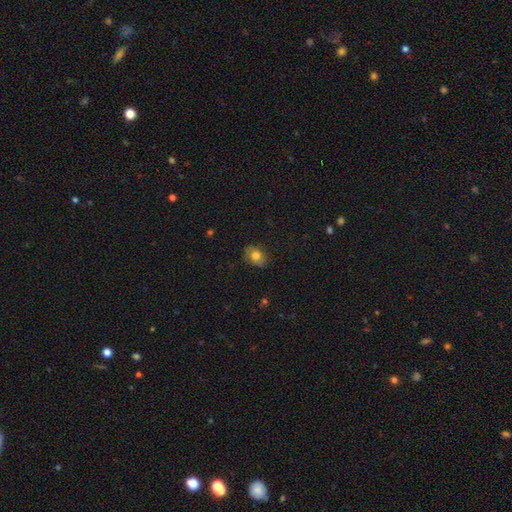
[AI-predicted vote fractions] The model was most divided on "how rounded": in between: 70%, round: 28%, cigar-shaped: 1%. More confident: merging — none (79%); smooth or featured — smooth (74%).